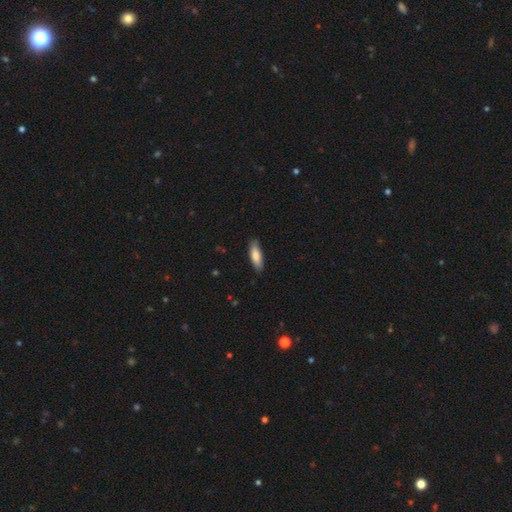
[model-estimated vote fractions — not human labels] This is clearly a smooth galaxy (82%). How rounded: possibly in between (52%). Merging: clearly none (85%).